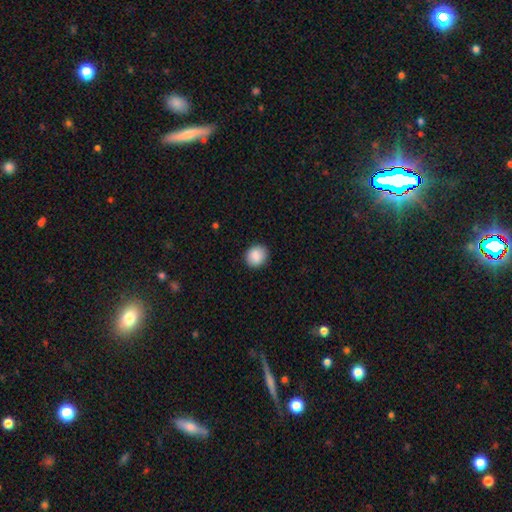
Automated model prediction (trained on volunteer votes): A smooth galaxy with no disk features (88%) that is round (76%).

Vote fractions:
- Smooth or featured? smooth: 88% / star or artifact: 8% / featured or disk: 4%
- How rounded? round: 76% / in between: 23% / cigar-shaped: 1%
- Merging? none: 90% / minor disturbance: 7% / major disturbance: 2% / merger: 1%